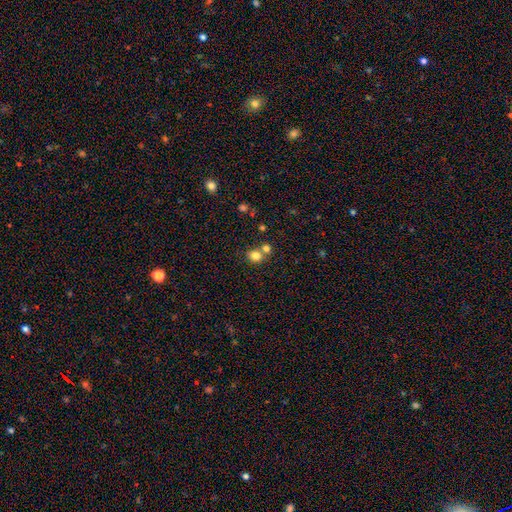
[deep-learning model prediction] A smooth galaxy with no disk features (80%) that is round (61%). Merging: none (51%).